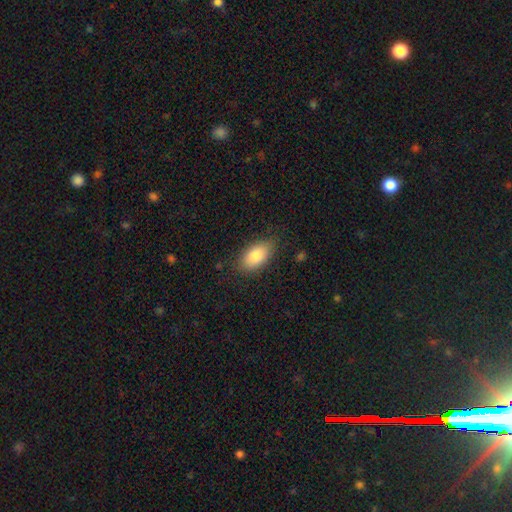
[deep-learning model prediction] smooth_or_featured: smooth (p=0.84) [alt: featured or disk p=0.09]
how_rounded: in between (p=0.92) [alt: round p=0.04]
merging: none (p=0.81) [alt: minor disturbance p=0.14]